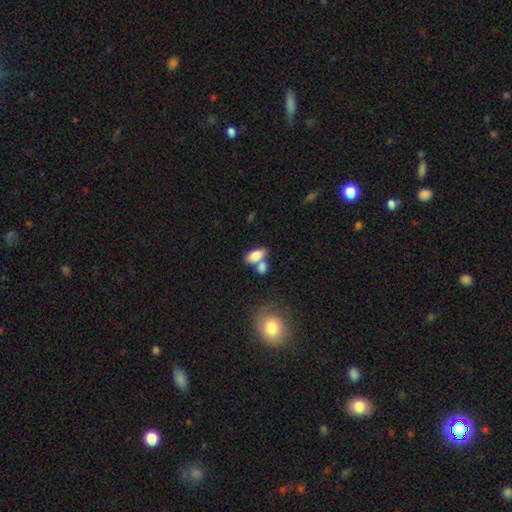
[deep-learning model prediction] Smooth or featured? Predicted: smooth (p=0.83). How rounded? Predicted: in between (p=0.88). Merging? Predicted: none (p=0.43).